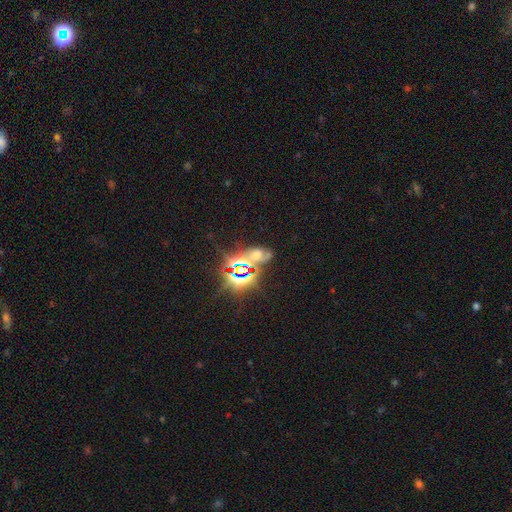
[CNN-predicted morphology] smooth_or_featured: star or artifact (p=0.79) [alt: smooth p=0.11]